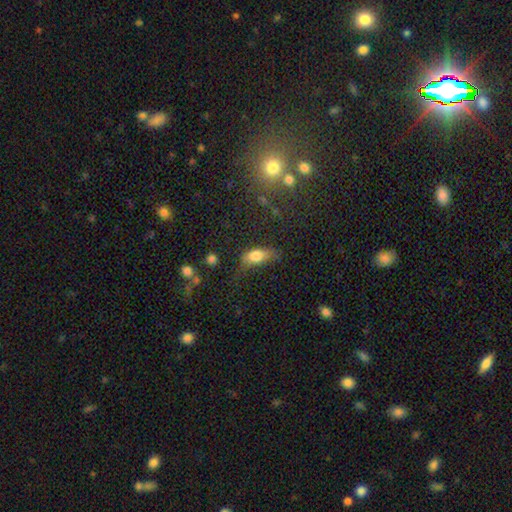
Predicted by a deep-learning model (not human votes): smooth-or-featured: smooth: 76% | featured or disk: 15% | star or artifact: 9%
  how-rounded: in between: 82% | cigar-shaped: 13% | round: 5%
  merging: none: 43% | minor disturbance: 33% | major disturbance: 20% | merger: 4%